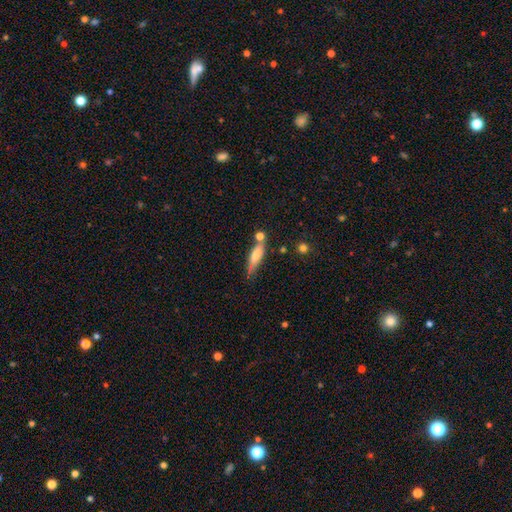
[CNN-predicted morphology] smooth_or_featured: smooth (p=0.64) [alt: featured or disk p=0.28]
how_rounded: cigar-shaped (p=0.65) [alt: in between p=0.33]
merging: none (p=0.55) [alt: minor disturbance p=0.20]